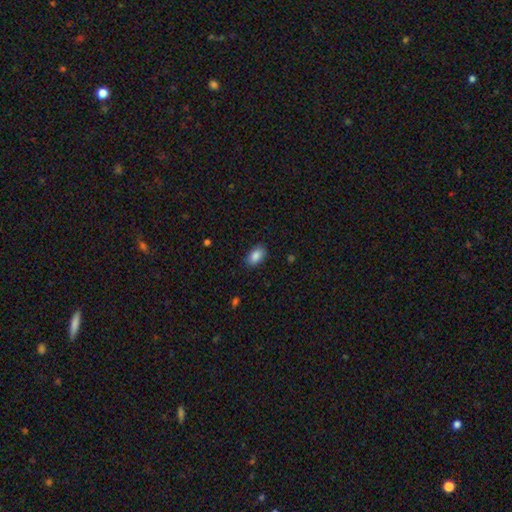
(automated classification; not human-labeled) A smooth galaxy with no disk features (88%) that is in between round and cigar-shaped (92%).

Vote fractions:
- Smooth or featured? smooth: 88% / star or artifact: 7% / featured or disk: 5%
- How rounded? in between: 92% / round: 6% / cigar-shaped: 2%
- Merging? none: 87% / minor disturbance: 10% / major disturbance: 2% / merger: 1%